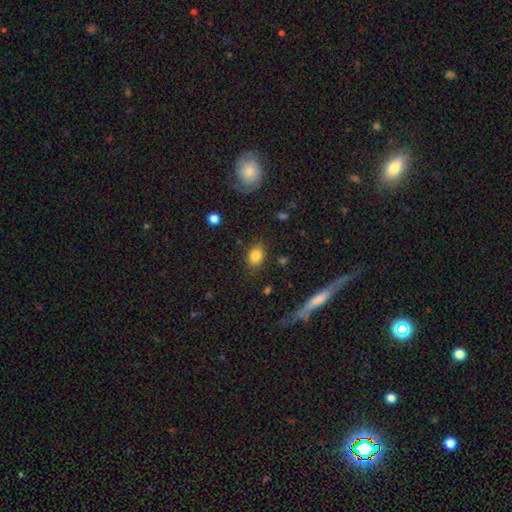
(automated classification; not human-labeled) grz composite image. It shows a smooth galaxy with no disk features (82%) that is in between round and cigar-shaped (69%). Merging: none (84%).